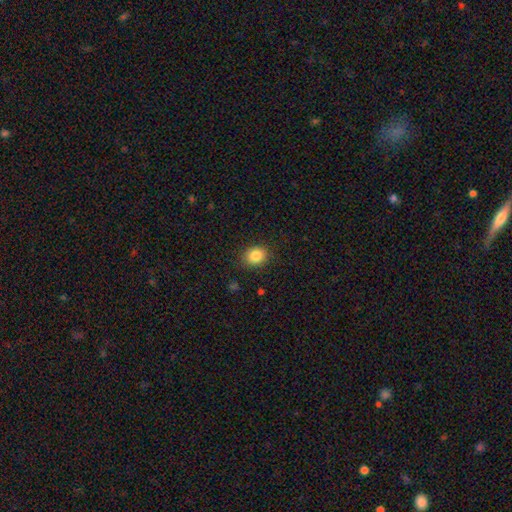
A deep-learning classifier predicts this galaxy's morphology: smooth_or_featured: smooth (p=0.84) [alt: star or artifact p=0.10]
how_rounded: round (p=0.60) [alt: in between p=0.40]
merging: none (p=0.87) [alt: minor disturbance p=0.09]